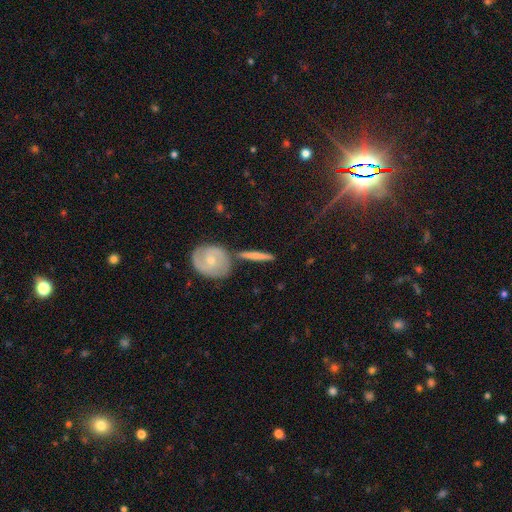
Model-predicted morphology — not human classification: A smooth galaxy with no disk features (52%) that is cigar-shaped (86%). Merging: none (76%).